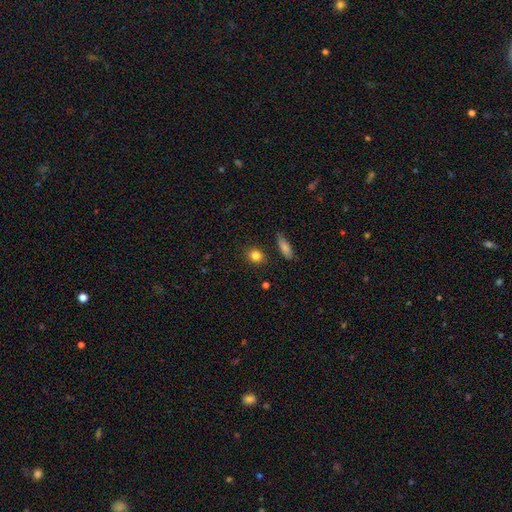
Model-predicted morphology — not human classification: A smooth galaxy with no disk features (84%) that is round (69%).

Vote fractions:
- Smooth or featured? smooth: 84% / star or artifact: 10% / featured or disk: 6%
- How rounded? round: 69% / in between: 28% / cigar-shaped: 3%
- Merging? none: 87% / minor disturbance: 8% / merger: 2% / major disturbance: 2%